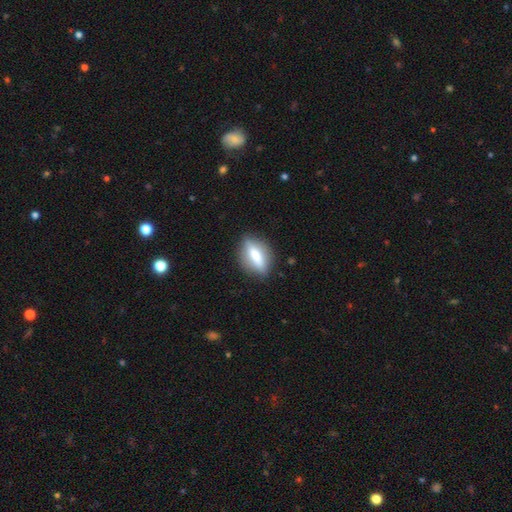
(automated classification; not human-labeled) Morphology: type=smooth (59%); roundness=in between (61%); merging=none (81%).